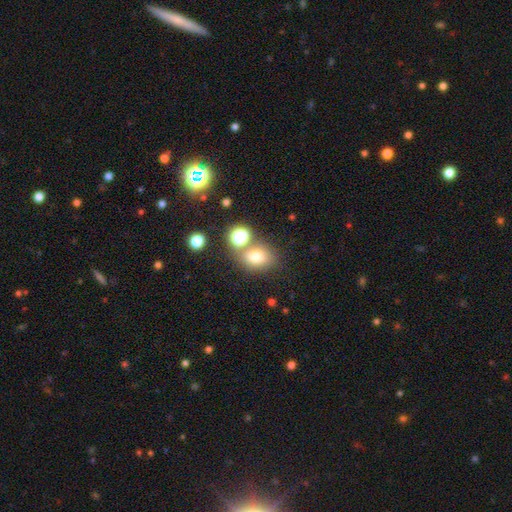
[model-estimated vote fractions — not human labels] A smooth galaxy with no disk features (73%) that is round (52%). Merging: none (63%).